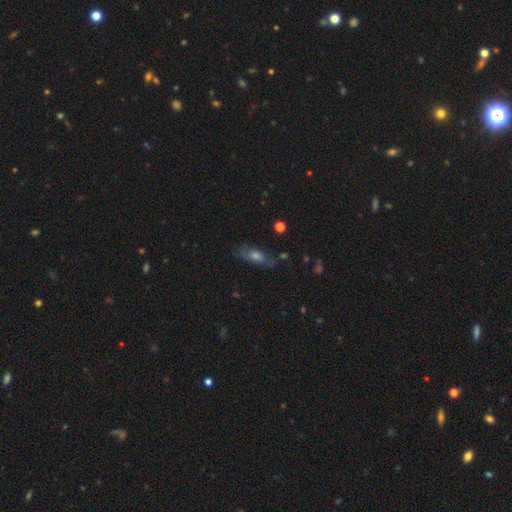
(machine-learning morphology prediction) smooth_or_featured: featured or disk (p=0.45) [alt: smooth p=0.40]
merging: none (p=0.72) [alt: minor disturbance p=0.19]